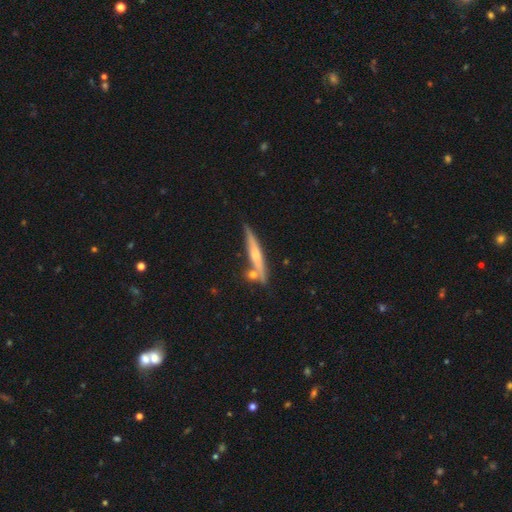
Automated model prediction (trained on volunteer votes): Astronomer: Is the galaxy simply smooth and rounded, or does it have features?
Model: featured or disk — 56% (runner-up: smooth, 38%).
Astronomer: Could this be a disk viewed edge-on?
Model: yes — 94%.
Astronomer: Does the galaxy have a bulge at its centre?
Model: rounded — 64%.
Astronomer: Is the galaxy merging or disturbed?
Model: none — 72%.